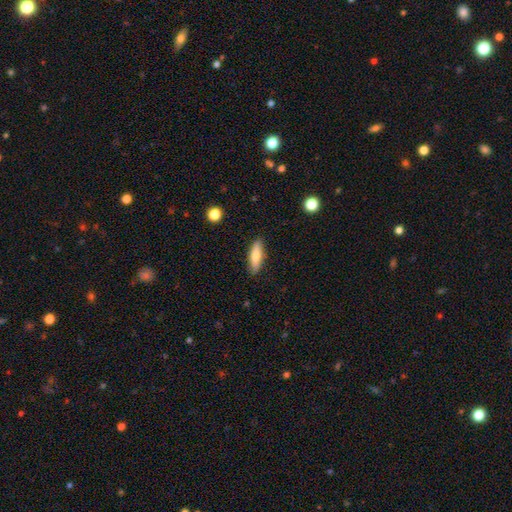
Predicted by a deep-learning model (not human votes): Smooth or featured? smooth (70%)
How rounded? cigar-shaped (52%)
Merging? none (87%)